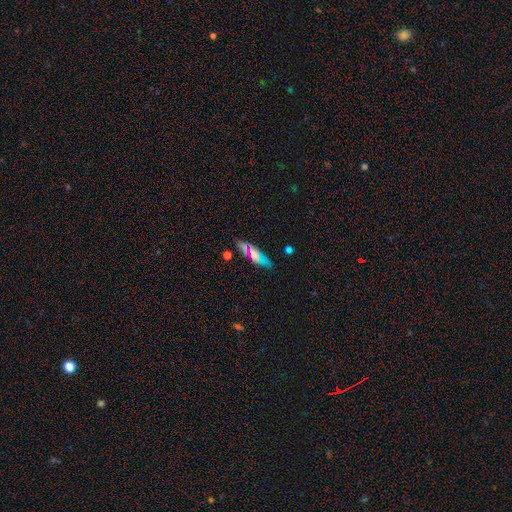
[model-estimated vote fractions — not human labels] Smooth or featured?
  - smooth: 58% *
  - featured or disk: 29%
  - star or artifact: 13%
How rounded?
  - cigar-shaped: 52% *
  - in between: 44%
  - round: 4%
Merging?
  - none: 79% *
  - minor disturbance: 15%
  - major disturbance: 4%
  - merger: 3%